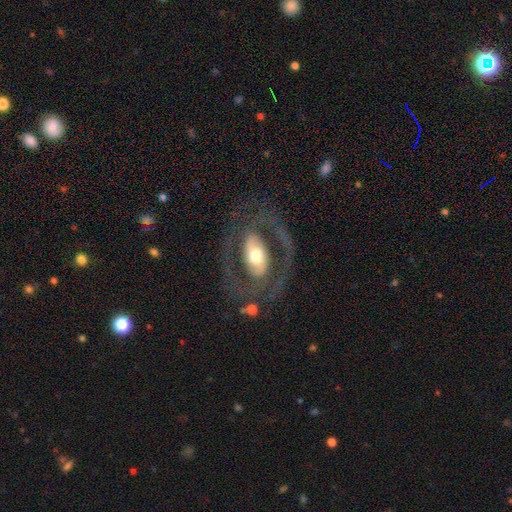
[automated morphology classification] smooth_or_featured: featured or disk (p=0.74) [alt: smooth p=0.20]
disk_edge_on: no (p=0.93) [alt: yes p=0.07]
bar: no (p=0.37) [alt: strong p=0.36]
has_spiral_arms: yes (p=0.61) [alt: no p=0.39]
bulge_size: moderate (p=0.62) [alt: large p=0.22]
merging: none (p=0.72) [alt: major disturbance p=0.14]